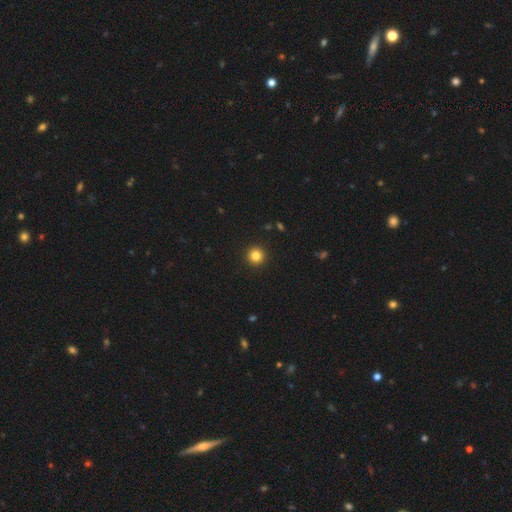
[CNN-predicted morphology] This appears to be a smooth galaxy with no disk features (83%) that is round (96%). Merging: none (93%).